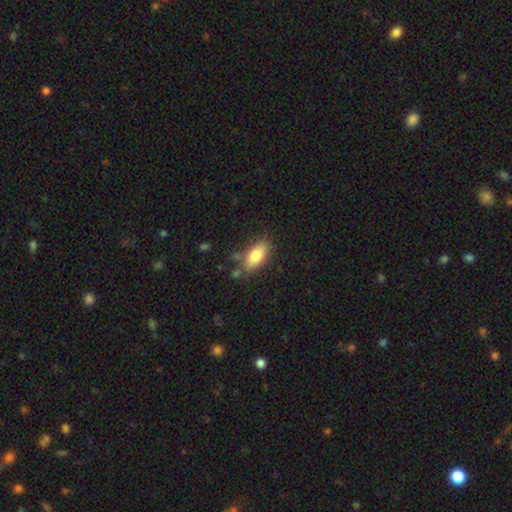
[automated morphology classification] smooth 80%, featured or disk 12%, star or artifact 7%. Down the decision tree: how rounded — in between (86%); merging — none (75%).